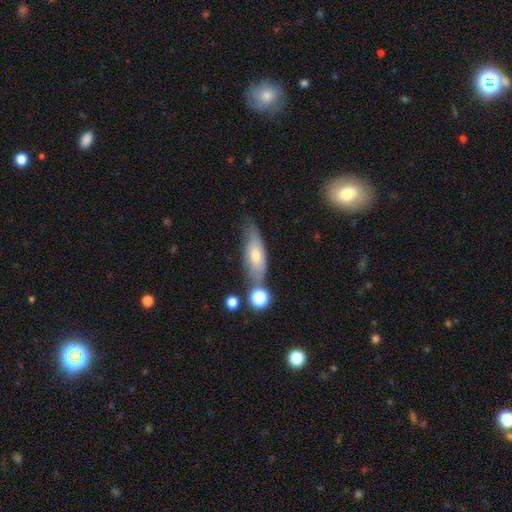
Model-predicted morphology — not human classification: Smooth or featured?
  - smooth: 56% *
  - featured or disk: 36%
  - star or artifact: 8%
How rounded?
  - in between: 55% *
  - cigar-shaped: 41%
  - round: 4%
Merging?
  - none: 61% *
  - minor disturbance: 20%
  - merger: 13%
  - major disturbance: 6%